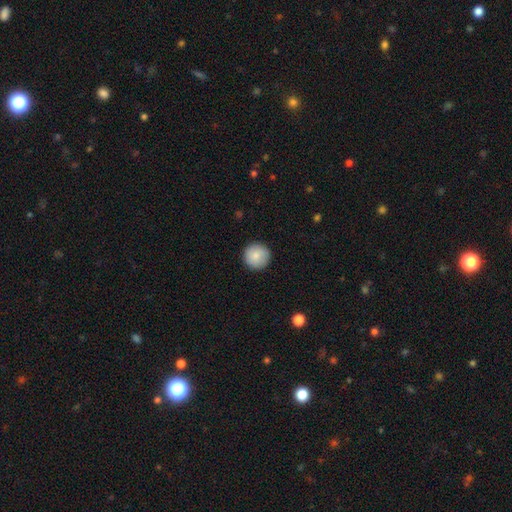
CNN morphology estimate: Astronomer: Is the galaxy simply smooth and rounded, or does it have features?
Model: smooth — 84%.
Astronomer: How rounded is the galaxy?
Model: round — 96%.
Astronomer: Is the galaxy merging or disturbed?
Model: none — 91%.